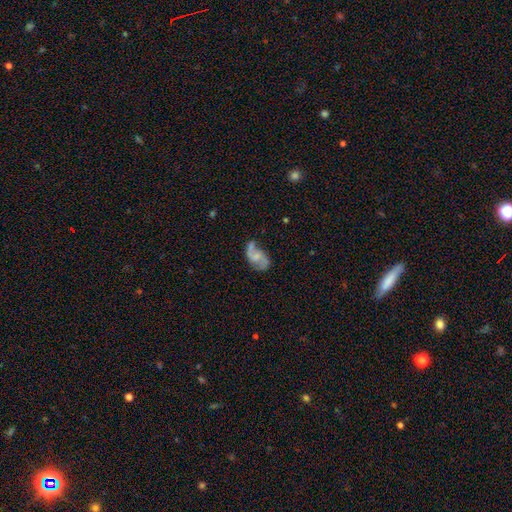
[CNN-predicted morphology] smooth-or-featured: featured or disk: 70% | smooth: 22% | star or artifact: 8%
  disk-edge-on: no: 97% | yes: 3%
    bar: no: 50% | weak: 41% | strong: 9%
    has-spiral-arms: yes: 86% | no: 14%
      spiral-winding: loose: 59% | medium: 32% | tight: 9%
      spiral-arm-count: 2: 86% | can't tell: 6% | 1: 5% | 3: 1% | 4: 1% | more than 4: 1%
    bulge-size: small: 40% | none: 33% | moderate: 23% | large: 3% | dominant: 1%
  merging: none: 49% | minor disturbance: 26% | major disturbance: 17% | merger: 8%